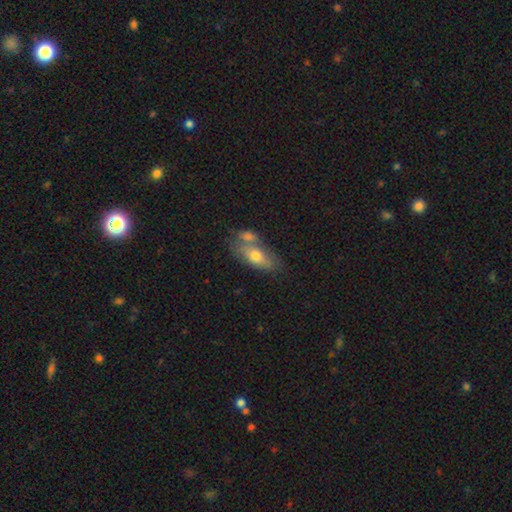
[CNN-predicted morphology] A smooth galaxy with no disk features (66%) that is in between round and cigar-shaped (79%). Merging: none (45%).